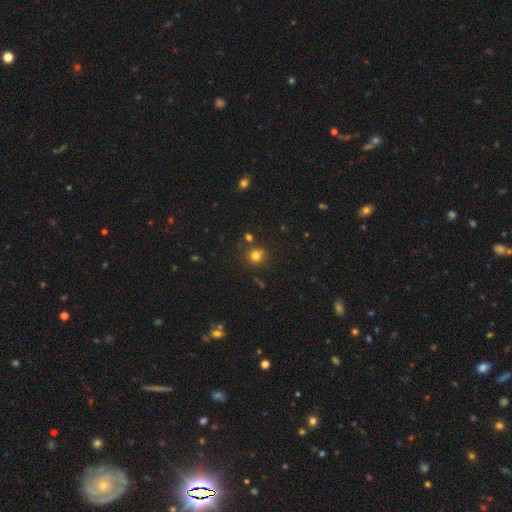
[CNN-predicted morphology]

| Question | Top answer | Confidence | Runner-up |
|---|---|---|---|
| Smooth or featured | smooth | 76% | star or artifact (17%) |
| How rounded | round | 90% | in between (9%) |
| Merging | none | 77% | merger (11%) |